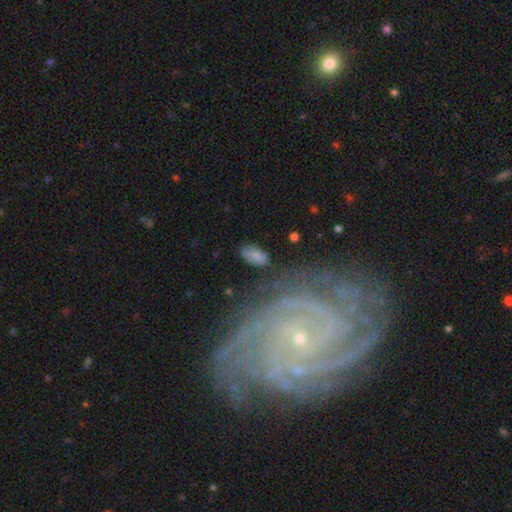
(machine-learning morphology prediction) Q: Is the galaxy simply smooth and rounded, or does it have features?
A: smooth — 76%.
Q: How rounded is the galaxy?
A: in between — 93%.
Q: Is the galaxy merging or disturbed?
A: none — 67%.